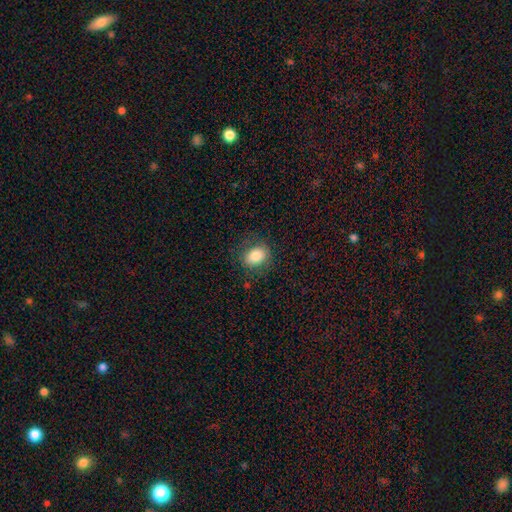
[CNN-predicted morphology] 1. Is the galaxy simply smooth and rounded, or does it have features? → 82% smooth, 9% featured or disk, 9% star or artifact.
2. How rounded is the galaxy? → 63% in between, 36% round, 1% cigar-shaped.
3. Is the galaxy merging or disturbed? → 79% none, 14% minor disturbance, 5% major disturbance, 1% merger.